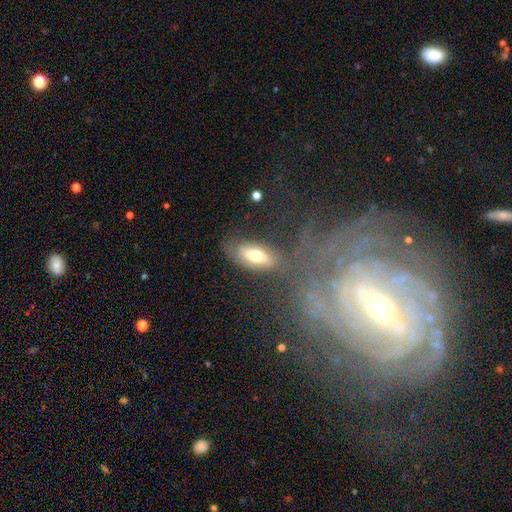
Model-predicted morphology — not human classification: smooth_or_featured: smooth (p=0.54) [alt: featured or disk p=0.38]
how_rounded: in between (p=0.75) [alt: cigar-shaped p=0.21]
merging: none (p=0.69) [alt: minor disturbance p=0.17]